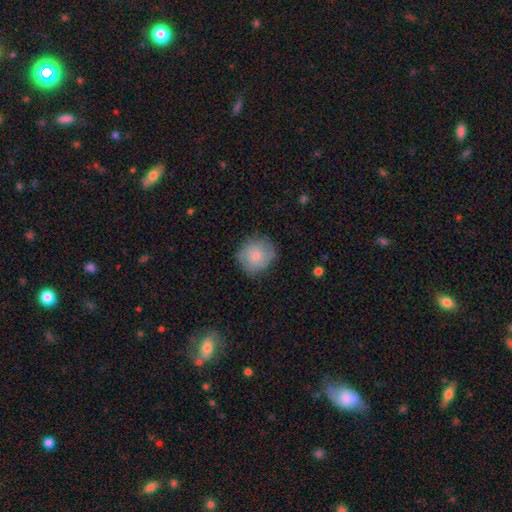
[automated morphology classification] smooth 63%, featured or disk 30%, star or artifact 7%. Down the decision tree: how rounded — round (88%); merging — none (77%).